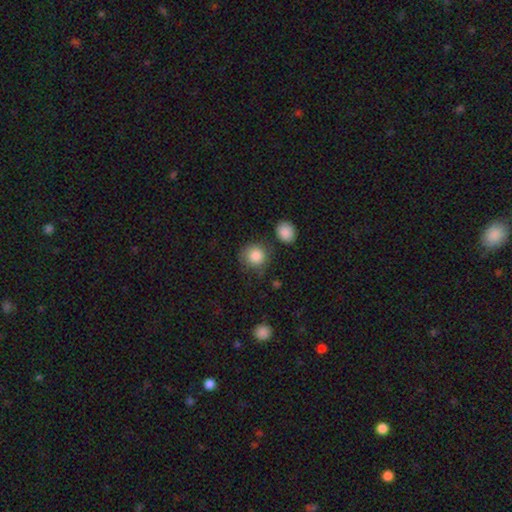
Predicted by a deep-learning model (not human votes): The model was most divided on "merging": none: 70%, minor disturbance: 17%, merger: 6%, major disturbance: 6%. More confident: how rounded — round (88%); smooth or featured — smooth (86%).